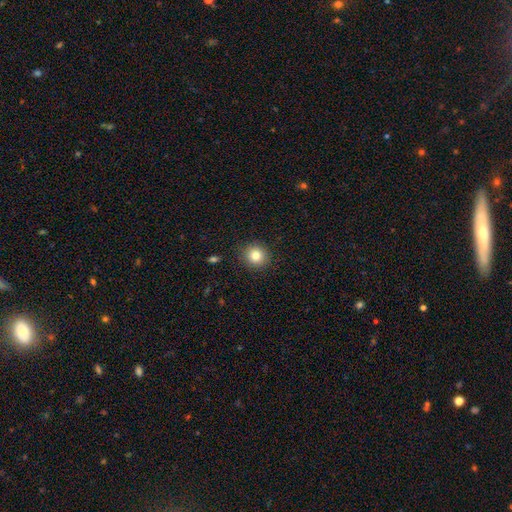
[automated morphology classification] smooth_or_featured: smooth (p=0.82) [alt: star or artifact p=0.11]
how_rounded: round (p=0.88) [alt: in between p=0.11]
merging: none (p=0.90) [alt: minor disturbance p=0.07]